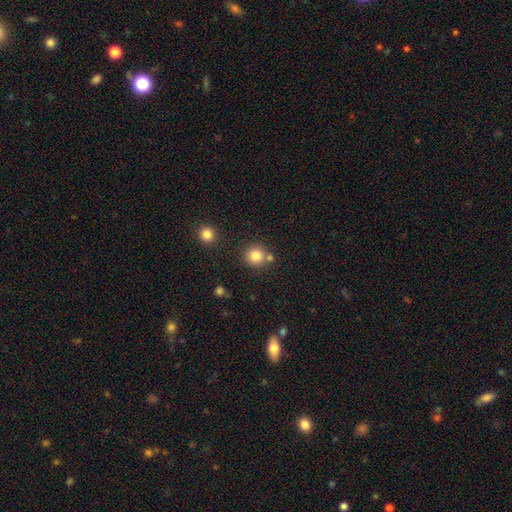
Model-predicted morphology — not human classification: Smooth or featured?
  - smooth: 82% *
  - star or artifact: 11%
  - featured or disk: 6%
How rounded?
  - round: 92% *
  - in between: 7%
  - cigar-shaped: 1%
Merging?
  - none: 74% *
  - merger: 14%
  - minor disturbance: 8%
  - major disturbance: 3%